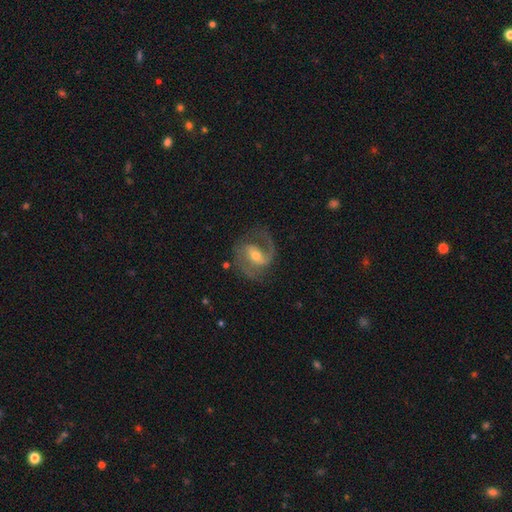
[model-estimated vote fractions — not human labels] smooth-or-featured: featured or disk: 88% | smooth: 7% | star or artifact: 5%
  disk-edge-on: no: 97% | yes: 3%
    bar: weak: 48% | strong: 34% | no: 18%
    has-spiral-arms: yes: 96% | no: 4%
      spiral-winding: medium: 57% | loose: 24% | tight: 19%
      spiral-arm-count: 2: 81% | 1: 12% | can't tell: 3% | 3: 2% | 4: 1% | more than 4: 1%
    bulge-size: moderate: 59% | small: 36% | large: 4% | none: 1% | dominant: 1%
  merging: none: 71% | minor disturbance: 16% | major disturbance: 11% | merger: 2%